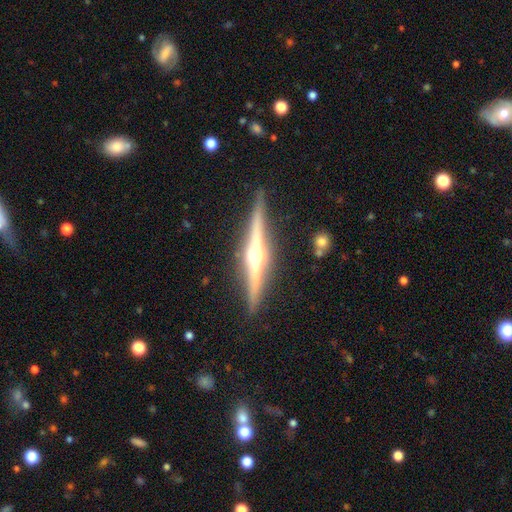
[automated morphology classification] smooth_or_featured: featured or disk (p=0.83) [alt: smooth p=0.12]
disk_edge_on: yes (p=0.98) [alt: no p=0.02]
edge_on_bulge: rounded (p=0.94) [alt: boxy p=0.03]
merging: none (p=0.89) [alt: minor disturbance p=0.08]